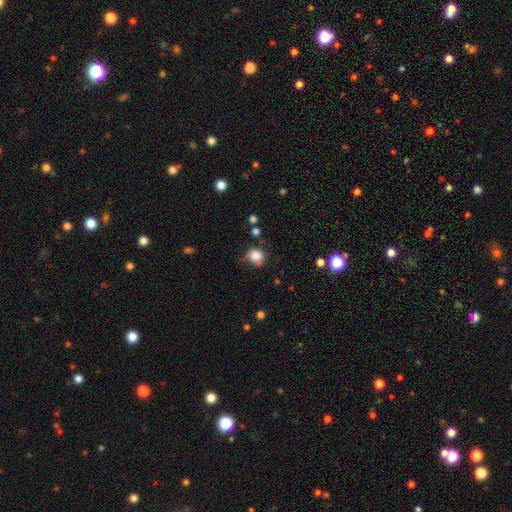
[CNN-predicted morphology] A smooth galaxy with no disk features (82%) that is round (84%).

Vote fractions:
- Smooth or featured? smooth: 82% / star or artifact: 11% / featured or disk: 7%
- How rounded? round: 84% / in between: 15% / cigar-shaped: 1%
- Merging? none: 65% / minor disturbance: 23% / major disturbance: 7% / merger: 5%